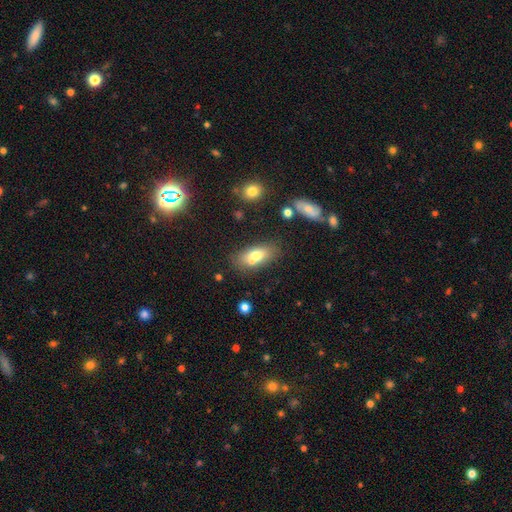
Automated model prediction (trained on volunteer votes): smooth-or-featured: smooth: 69% | featured or disk: 22% | star or artifact: 9%
  how-rounded: in between: 82% | cigar-shaped: 12% | round: 6%
  merging: none: 58% | merger: 23% | minor disturbance: 14% | major disturbance: 5%